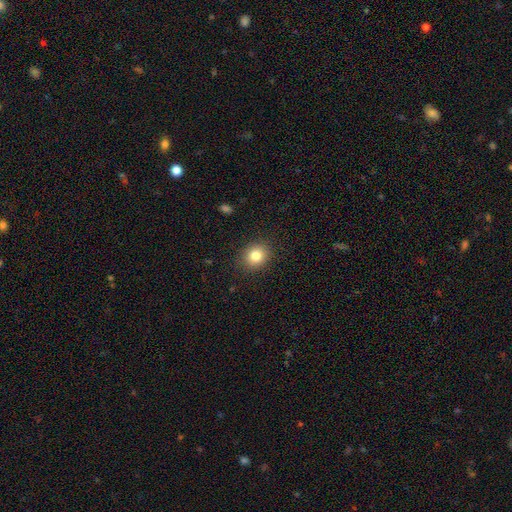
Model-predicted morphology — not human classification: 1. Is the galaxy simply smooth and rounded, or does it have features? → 82% smooth, 11% star or artifact, 7% featured or disk.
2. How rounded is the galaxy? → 67% round, 32% in between, 1% cigar-shaped.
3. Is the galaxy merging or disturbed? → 88% none, 8% minor disturbance, 3% major disturbance, 1% merger.